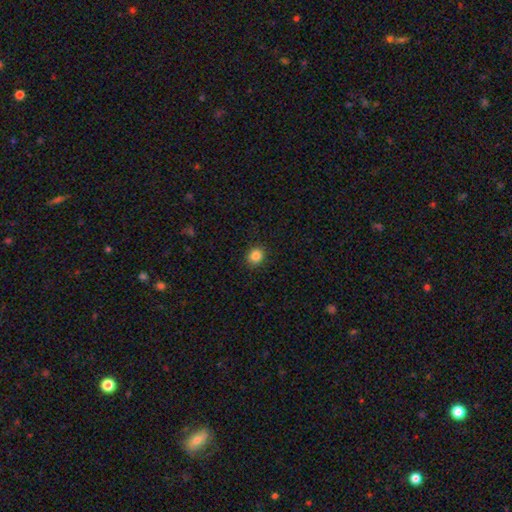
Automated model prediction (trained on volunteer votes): A smooth galaxy with no disk features (85%) that is round (81%). Merging: none (91%).